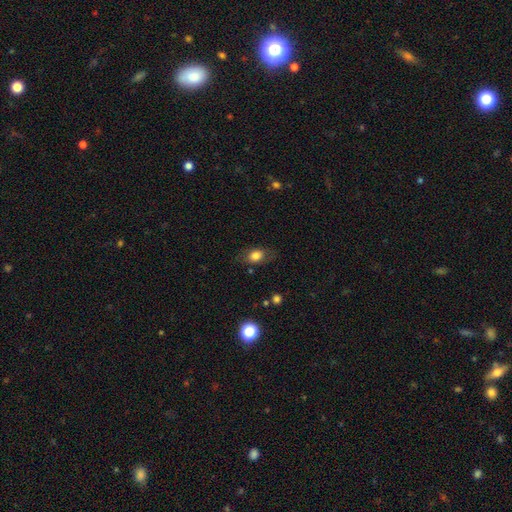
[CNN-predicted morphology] A smooth galaxy with no disk features (75%) that is in between round and cigar-shaped (77%).

Vote fractions:
- Smooth or featured? smooth: 75% / featured or disk: 15% / star or artifact: 9%
- How rounded? in between: 77% / round: 20% / cigar-shaped: 3%
- Merging? none: 72% / minor disturbance: 18% / major disturbance: 8% / merger: 2%